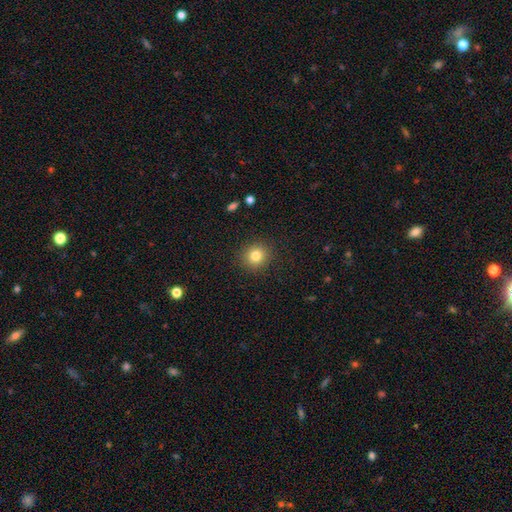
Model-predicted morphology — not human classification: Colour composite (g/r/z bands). It shows a smooth galaxy with no disk features (81%) that is round (89%). Merging: none (90%).